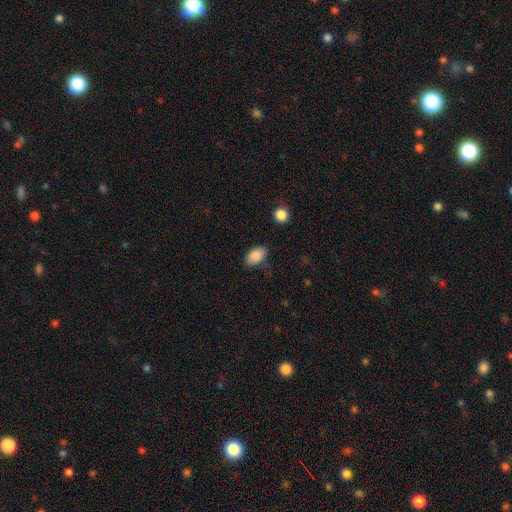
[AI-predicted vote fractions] This is clearly a smooth galaxy (87%). How rounded: clearly in between (92%). Merging: likely none (77%).